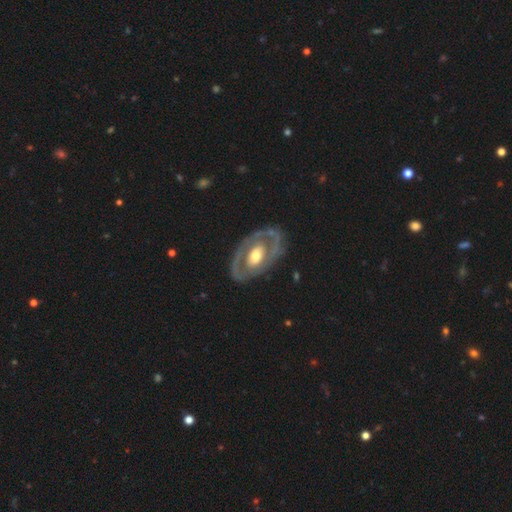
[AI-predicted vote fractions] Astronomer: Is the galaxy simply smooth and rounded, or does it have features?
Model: featured or disk — 74%.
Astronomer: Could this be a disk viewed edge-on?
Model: no — 93%.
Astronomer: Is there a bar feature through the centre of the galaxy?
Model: no — 66%.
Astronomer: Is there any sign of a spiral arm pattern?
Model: no — 53% (runner-up: yes, 47%).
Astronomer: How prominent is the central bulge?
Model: moderate — 66%.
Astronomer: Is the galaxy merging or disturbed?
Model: none — 77%.